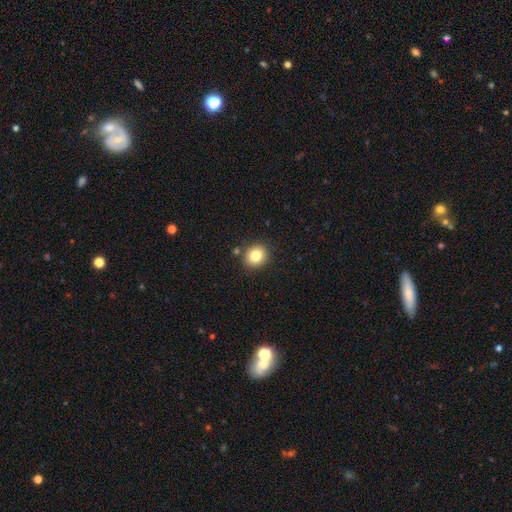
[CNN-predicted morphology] smooth-or-featured: smooth: 82% | star or artifact: 11% | featured or disk: 8%
  how-rounded: round: 77% | in between: 22% | cigar-shaped: 1%
  merging: none: 86% | minor disturbance: 8% | merger: 4% | major disturbance: 2%